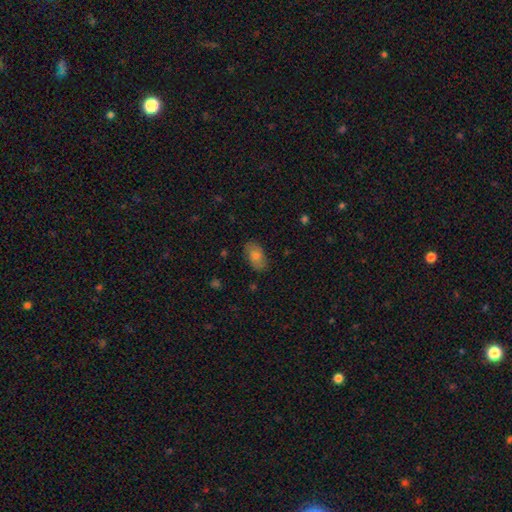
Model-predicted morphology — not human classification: Smooth or featured: smooth — 70% (featured or disk — 20%)
How rounded: in between — 91% (round — 7%)
Merging: none — 83% (minor disturbance — 13%)